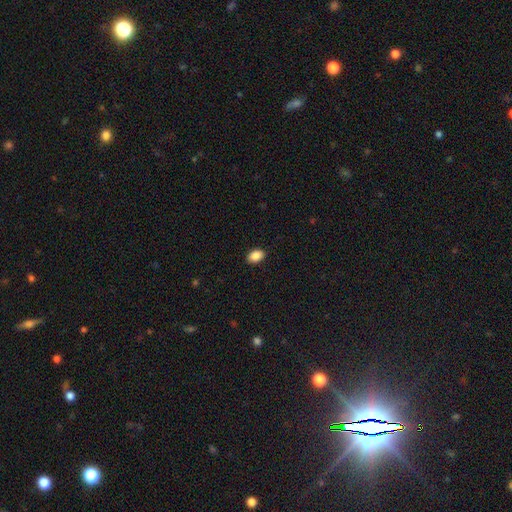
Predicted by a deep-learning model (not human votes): Q: Smooth or featured?
A: smooth (88%); runner-up: star or artifact (8%)
Q: How rounded?
A: in between (86%); runner-up: round (12%)
Q: Merging?
A: none (90%); runner-up: minor disturbance (7%)